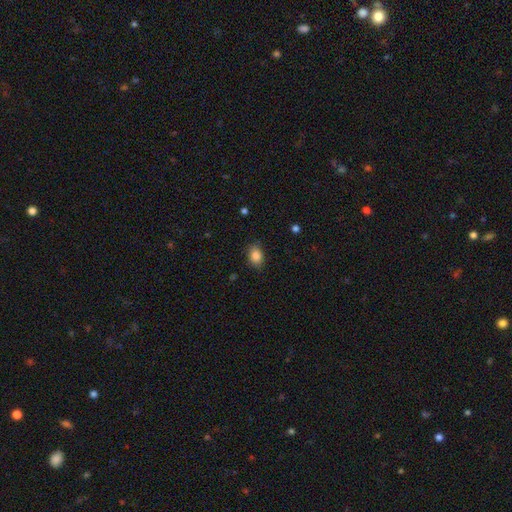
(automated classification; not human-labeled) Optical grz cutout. It shows a smooth galaxy with no disk features (86%) that is in between round and cigar-shaped (79%). Merging: none (86%).